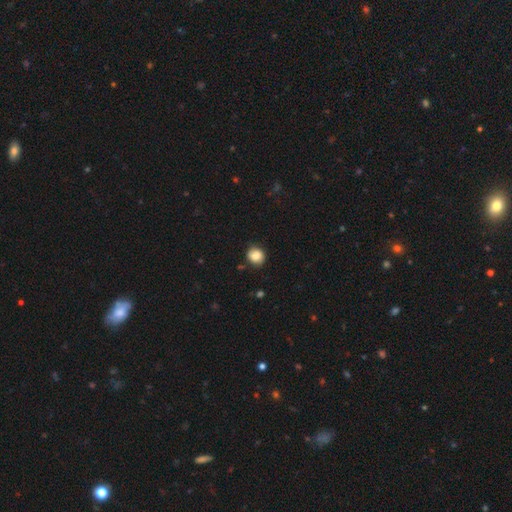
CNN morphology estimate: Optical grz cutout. It shows a smooth galaxy with no disk features (83%) that is round (83%). Merging: none (85%).